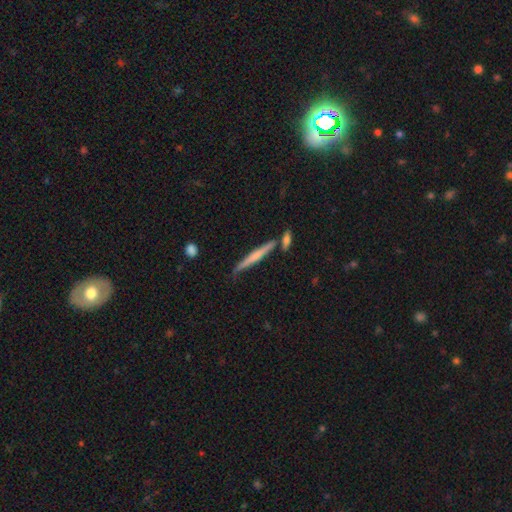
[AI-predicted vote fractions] This is possibly a smooth galaxy (47%, tied with featured or disk). Merging: likely none (75%).